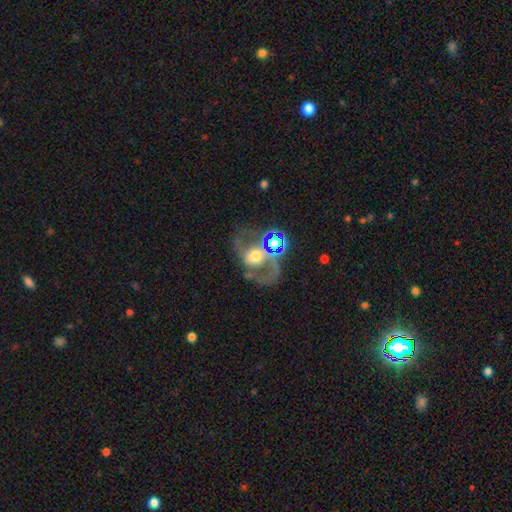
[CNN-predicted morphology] Smooth or featured?
  - featured or disk: 74% *
  - smooth: 15%
  - star or artifact: 12%
Edge-on disk?
  - no: 96% *
  - yes: 4%
Bar?
  - no: 47% *
  - weak: 32%
  - strong: 21%
Spiral arms?
  - yes: 82% *
  - no: 18%
Spiral winding?
  - medium: 50% *
  - loose: 38%
  - tight: 12%
Spiral arm count?
  - 2: 88% *
  - can't tell: 5%
  - 1: 4%
  - 3: 1%
  - 4: 1%
  - more than 4: 1%
Bulge size?
  - moderate: 62% *
  - small: 17%
  - large: 16%
  - dominant: 3%
  - none: 2%
Merging?
  - none: 56% *
  - major disturbance: 18%
  - minor disturbance: 16%
  - merger: 10%